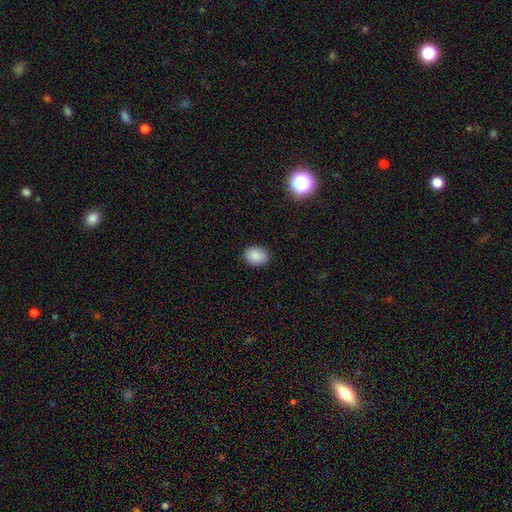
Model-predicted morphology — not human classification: Smooth or featured: smooth — 87% (star or artifact — 9%)
How rounded: in between — 62% (round — 37%)
Merging: none — 89% (minor disturbance — 8%)